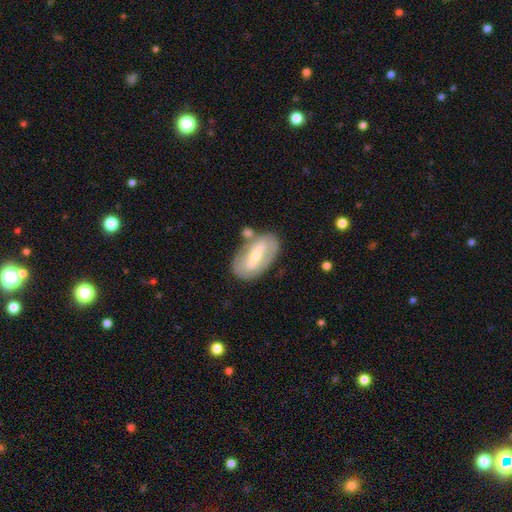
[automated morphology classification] Smooth or featured? featured or disk (63%)
Edge-on disk? no (90%)
Bar? strong (50%)
Spiral arms? no (55%)
Bulge size? small (50%)
Merging? none (68%)